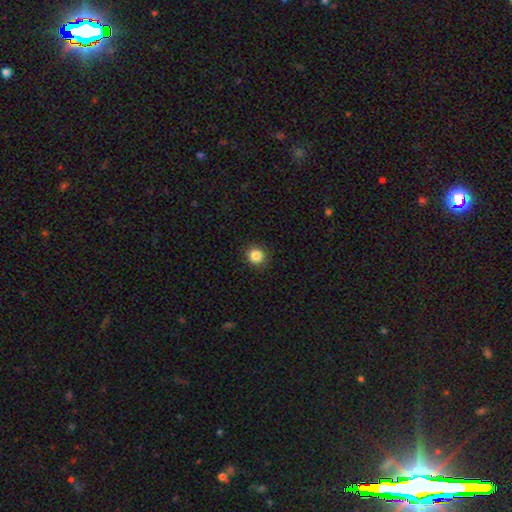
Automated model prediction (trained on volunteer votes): The model was most divided on "smooth or featured": smooth: 86%, star or artifact: 10%, featured or disk: 4%. More confident: merging — none (90%); how rounded — round (89%).